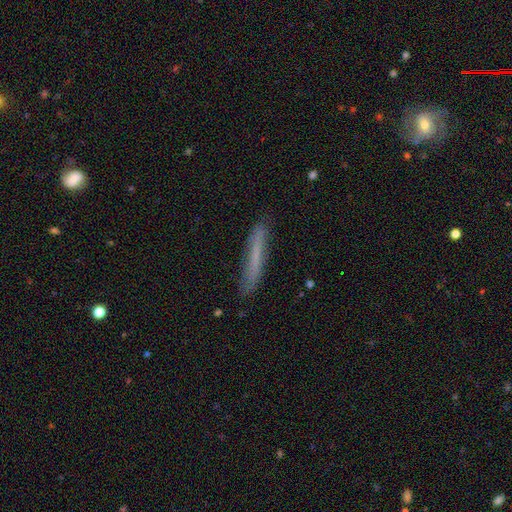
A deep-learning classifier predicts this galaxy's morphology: A smooth galaxy with no disk features (61%) that is cigar-shaped (95%).

Vote fractions:
- Smooth or featured? smooth: 61% / featured or disk: 31% / star or artifact: 8%
- How rounded? cigar-shaped: 95% / in between: 4% / round: 1%
- Merging? none: 84% / minor disturbance: 12% / major disturbance: 2% / merger: 2%